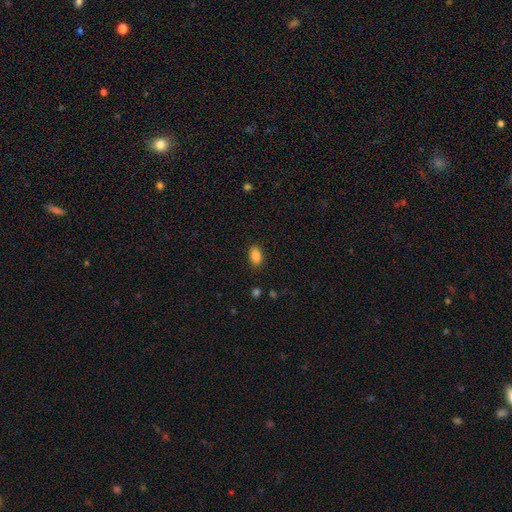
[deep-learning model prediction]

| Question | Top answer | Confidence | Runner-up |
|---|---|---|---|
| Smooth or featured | smooth | 87% | star or artifact (9%) |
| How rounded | in between | 89% | round (9%) |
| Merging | none | 87% | minor disturbance (9%) |